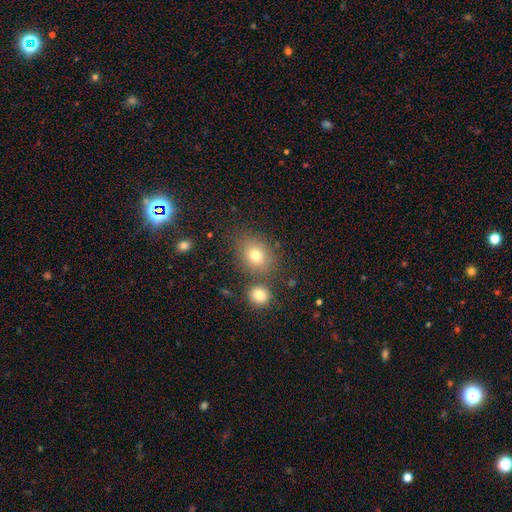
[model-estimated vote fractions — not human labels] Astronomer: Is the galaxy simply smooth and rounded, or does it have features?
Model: smooth — 75%.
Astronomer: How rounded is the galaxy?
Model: round — 56% (runner-up: in between, 43%).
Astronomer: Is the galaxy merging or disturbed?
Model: none — 71%.